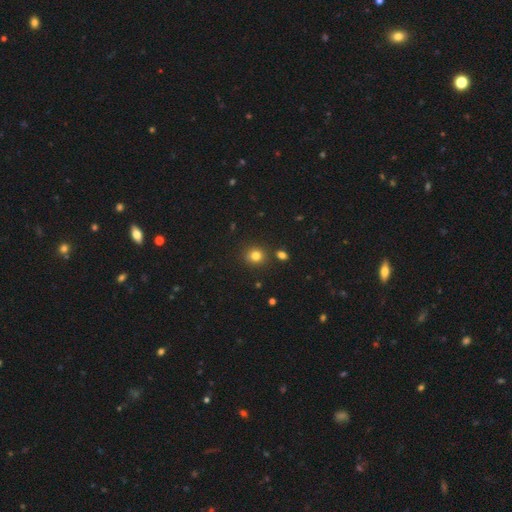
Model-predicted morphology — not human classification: A smooth galaxy with no disk features (80%) that is round (85%). Merging: none (83%).